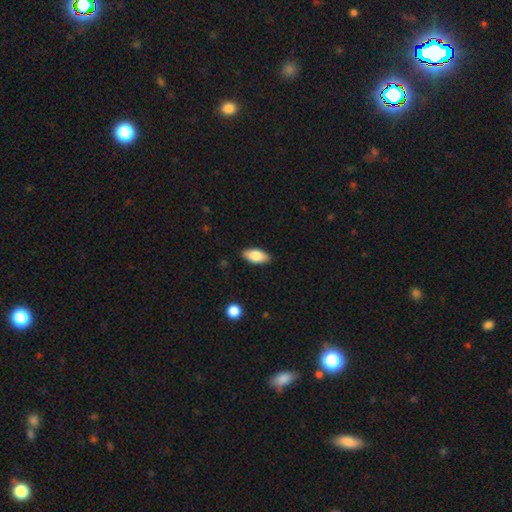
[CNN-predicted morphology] Smooth or featured: smooth — 82% (featured or disk — 12%)
How rounded: in between — 90% (cigar-shaped — 8%)
Merging: none — 88% (minor disturbance — 9%)